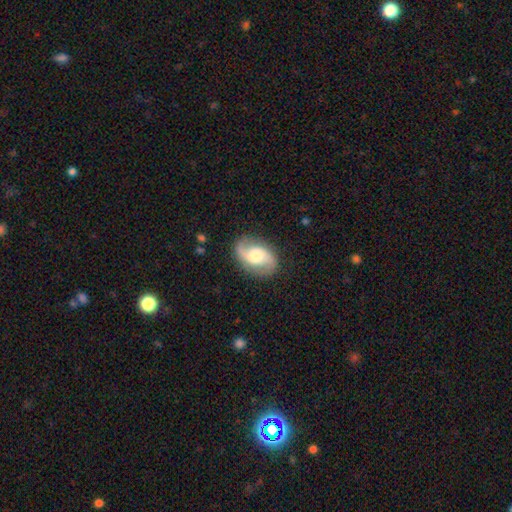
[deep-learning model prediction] The model was most divided on "spiral winding": medium: 44%, loose: 42%, tight: 14%. More confident: edge-on disk — no (97%); spiral arms — yes (95%); spiral arm count — 2 (93%); merging — none (84%); smooth or featured — featured or disk (81%); bulge size — moderate (53%); bar — no (53%).